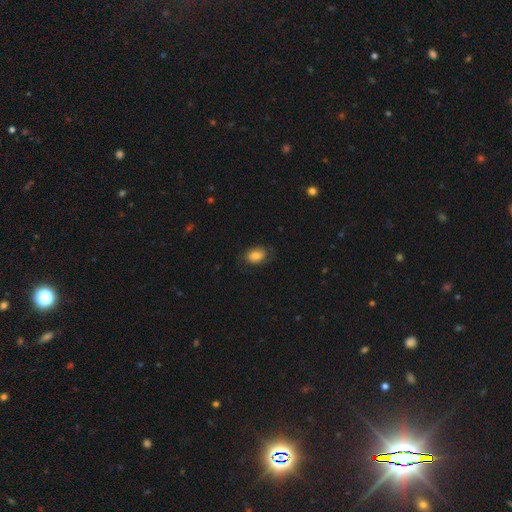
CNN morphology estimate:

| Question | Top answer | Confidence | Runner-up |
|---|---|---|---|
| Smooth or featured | smooth | 80% | featured or disk (12%) |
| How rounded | in between | 75% | round (24%) |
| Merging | none | 73% | minor disturbance (20%) |